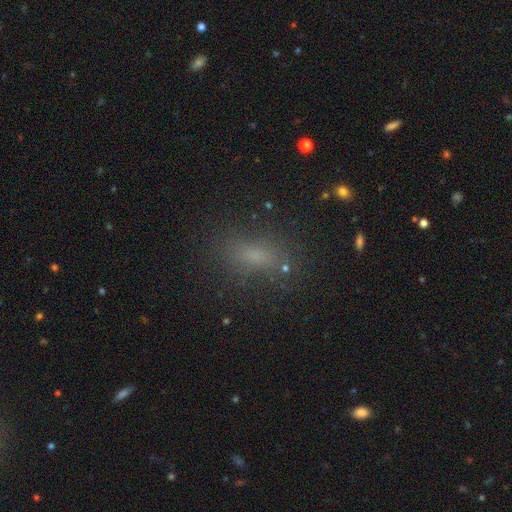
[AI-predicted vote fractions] smooth_or_featured: smooth (p=0.69) [alt: star or artifact p=0.20]
how_rounded: in between (p=0.70) [alt: cigar-shaped p=0.21]
merging: none (p=0.79) [alt: minor disturbance p=0.13]